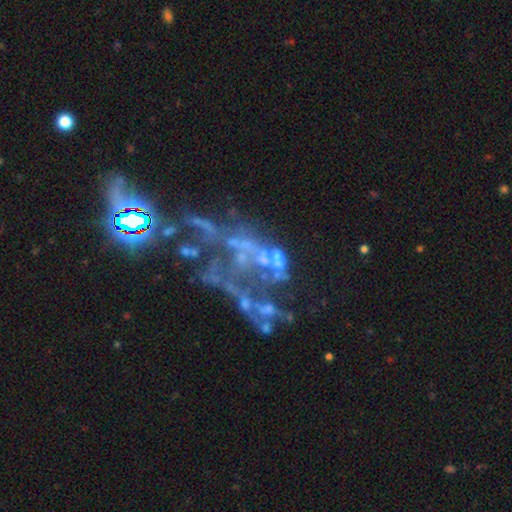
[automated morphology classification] Overall: featured or disk (60%; star or artifact 31%). Edge-on disk: no (97%). Bar: no (89%). Spiral arms: no (83%). Bulge size: none (76%). Merging: major disturbance (41%; none 28%).